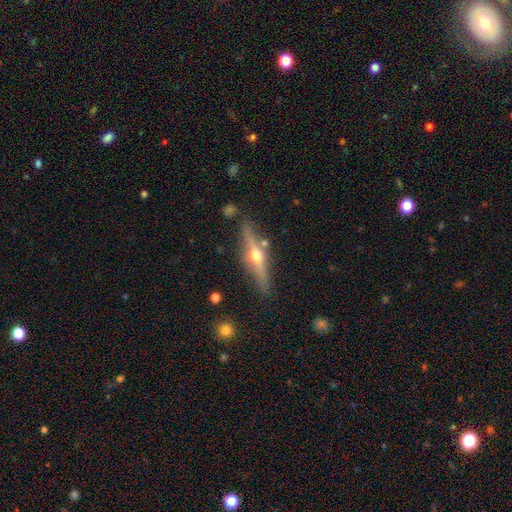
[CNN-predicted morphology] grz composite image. It shows a featured or disk galaxy (73%) viewed edge-on (95%) with a rounded central bulge (96%). Merging: none (82%).